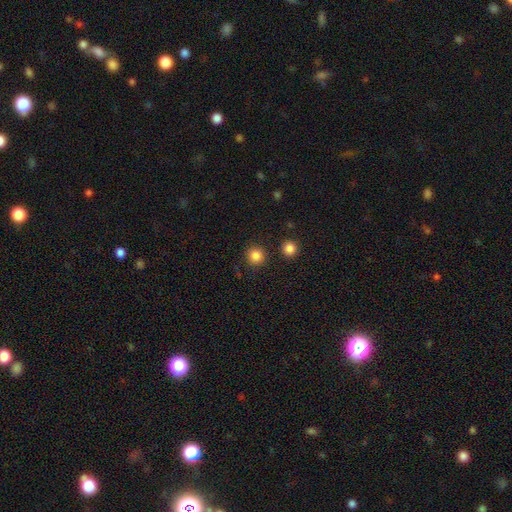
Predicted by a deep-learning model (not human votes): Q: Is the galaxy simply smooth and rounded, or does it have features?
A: smooth — 85%.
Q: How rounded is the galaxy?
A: round — 95%.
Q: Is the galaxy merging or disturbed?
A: none — 90%.